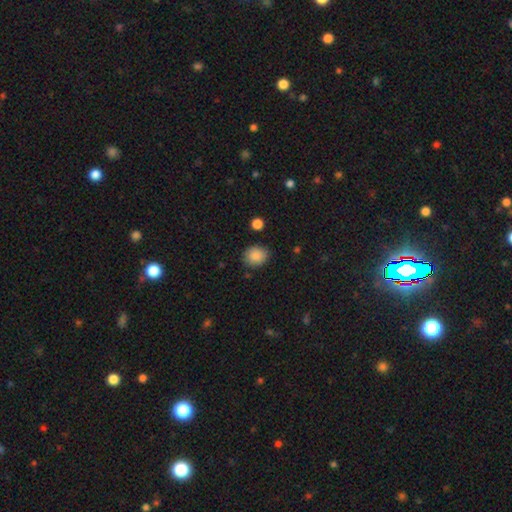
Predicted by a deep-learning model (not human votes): A smooth galaxy with no disk features (87%) that is round (66%). Merging: none (83%).